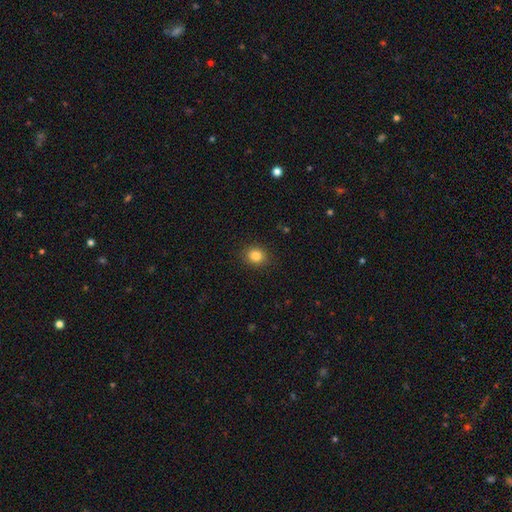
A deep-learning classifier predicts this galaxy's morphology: Q: Smooth or featured?
A: smooth (85%); runner-up: star or artifact (11%)
Q: How rounded?
A: round (72%); runner-up: in between (27%)
Q: Merging?
A: none (88%); runner-up: minor disturbance (8%)